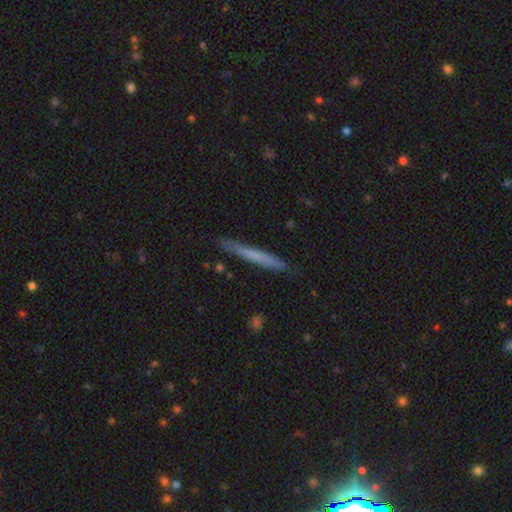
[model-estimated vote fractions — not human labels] Smooth or featured: smooth — 59% (featured or disk — 35%)
How rounded: cigar-shaped — 97% (in between — 2%)
Merging: none — 87% (minor disturbance — 10%)